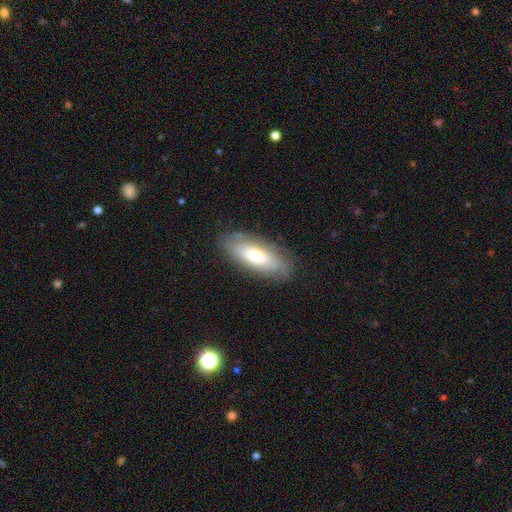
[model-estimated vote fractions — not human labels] A smooth galaxy with no disk features (56%) that is in between round and cigar-shaped (77%).

Vote fractions:
- Smooth or featured? smooth: 56% / featured or disk: 37% / star or artifact: 7%
- How rounded? in between: 77% / cigar-shaped: 21% / round: 3%
- Merging? none: 82% / minor disturbance: 13% / major disturbance: 4% / merger: 1%